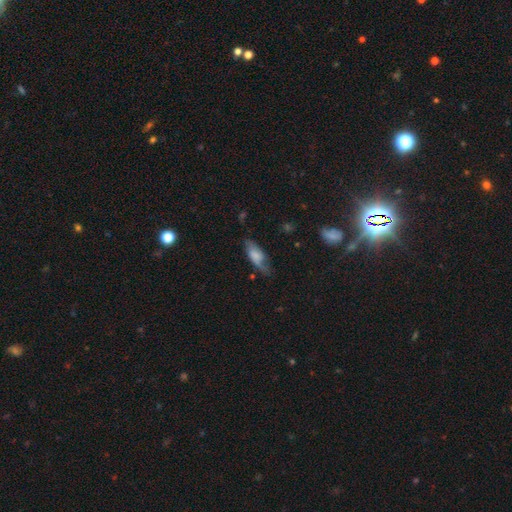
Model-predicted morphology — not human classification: A smooth galaxy with no disk features (51%) that is in between round and cigar-shaped (73%). Merging: none (59%).